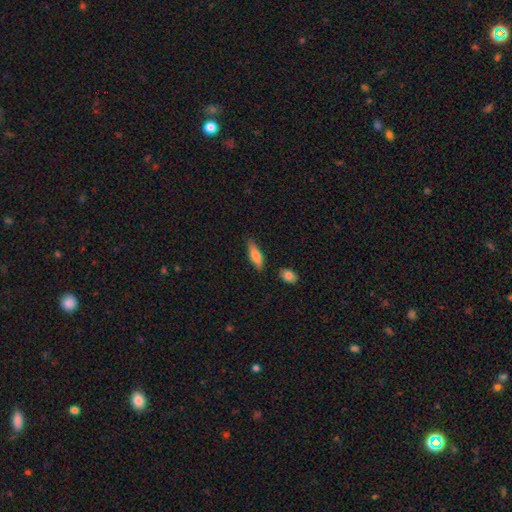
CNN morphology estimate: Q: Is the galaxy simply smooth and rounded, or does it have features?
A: smooth — 78%.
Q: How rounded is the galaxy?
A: in between — 50%.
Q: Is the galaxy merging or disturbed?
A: none — 80%.